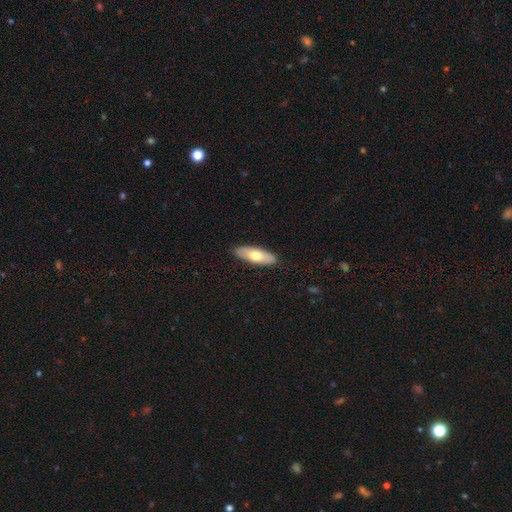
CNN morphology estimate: A smooth galaxy with no disk features (66%) that is in between round and cigar-shaped (69%). Merging: none (89%).